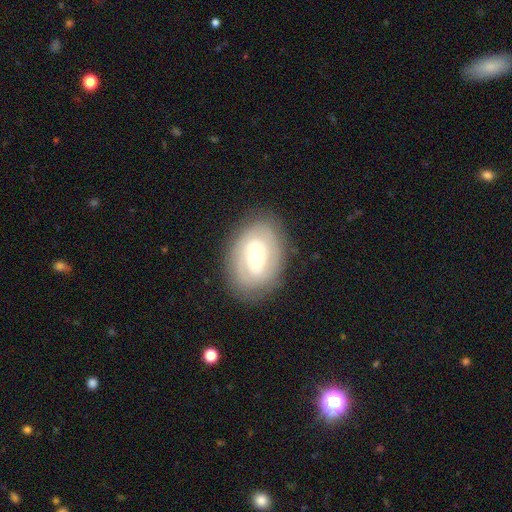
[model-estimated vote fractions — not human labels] smooth_or_featured: featured or disk (p=0.68) [alt: smooth p=0.26]
disk_edge_on: no (p=0.95) [alt: yes p=0.05]
bar: weak (p=0.42) [alt: strong p=0.30]
has_spiral_arms: yes (p=0.66) [alt: no p=0.34]
bulge_size: moderate (p=0.51) [alt: small p=0.41]
merging: none (p=0.82) [alt: minor disturbance p=0.12]